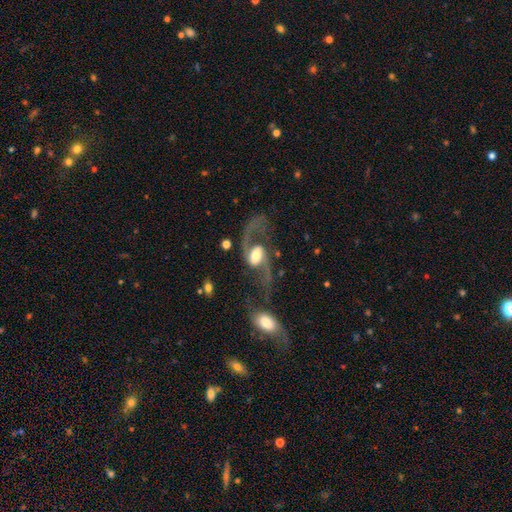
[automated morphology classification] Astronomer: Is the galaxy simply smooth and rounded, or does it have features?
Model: featured or disk — 87%.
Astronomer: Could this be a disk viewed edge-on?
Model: no — 97%.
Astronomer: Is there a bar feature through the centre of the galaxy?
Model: weak — 42% (runner-up: no, 36%).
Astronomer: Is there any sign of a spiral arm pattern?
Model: yes — 95%.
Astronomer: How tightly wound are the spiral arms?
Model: loose — 71%.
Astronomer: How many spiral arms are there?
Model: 2 — 91%.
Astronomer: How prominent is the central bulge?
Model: moderate — 54% (runner-up: large, 29%).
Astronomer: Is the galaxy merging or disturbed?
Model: none — 56%.